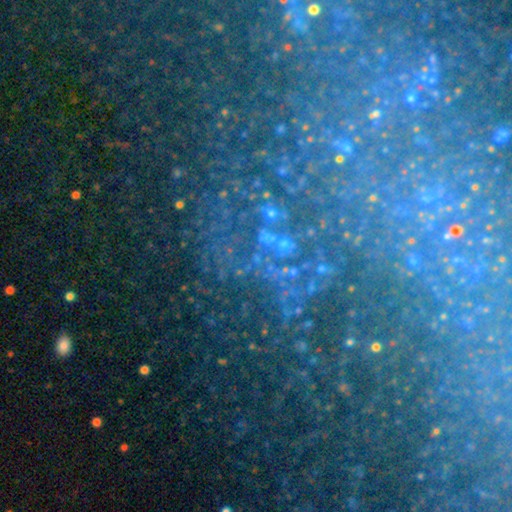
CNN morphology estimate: Q: Smooth or featured?
A: star or artifact (69%); runner-up: featured or disk (20%)